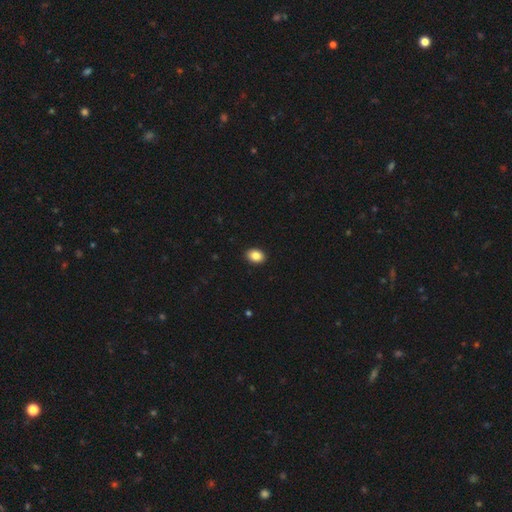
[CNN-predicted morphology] This appears to be a smooth galaxy with no disk features (86%) that is in between round and cigar-shaped (73%). Merging: none (92%).